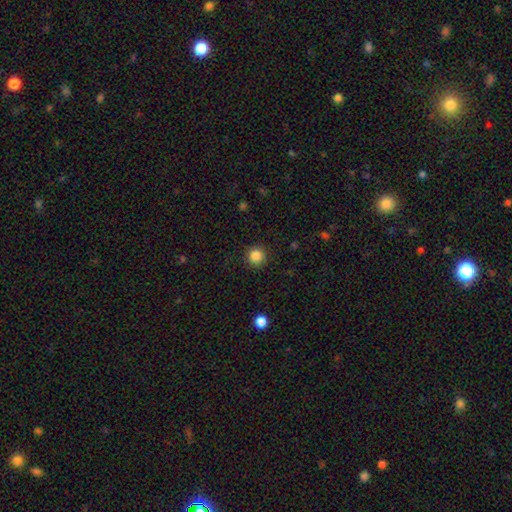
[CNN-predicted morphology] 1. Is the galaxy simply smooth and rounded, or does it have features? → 86% smooth, 11% star or artifact, 4% featured or disk.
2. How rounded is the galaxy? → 95% round, 4% in between, 1% cigar-shaped.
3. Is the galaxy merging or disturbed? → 91% none, 6% minor disturbance, 2% major disturbance, 1% merger.